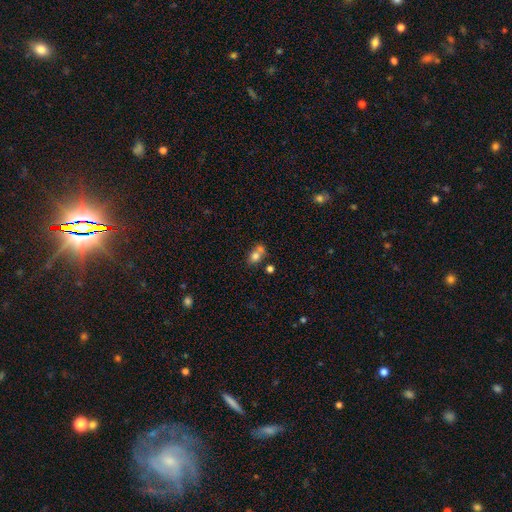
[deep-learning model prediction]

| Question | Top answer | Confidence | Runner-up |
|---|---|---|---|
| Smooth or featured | smooth | 73% | featured or disk (15%) |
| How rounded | in between | 54% | round (44%) |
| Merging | merger | 52% | none (34%) |